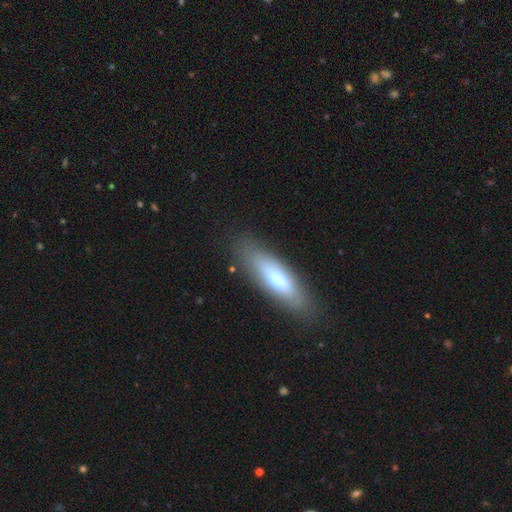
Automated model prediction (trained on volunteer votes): Smooth or featured: smooth — 64% (featured or disk — 28%)
How rounded: cigar-shaped — 52% (in between — 46%)
Merging: none — 84% (minor disturbance — 11%)